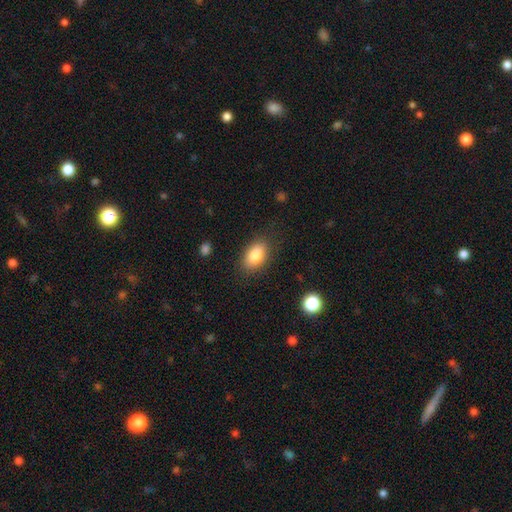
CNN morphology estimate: smooth-or-featured: smooth: 84% | featured or disk: 8% | star or artifact: 8%
  how-rounded: in between: 90% | round: 8% | cigar-shaped: 2%
  merging: none: 84% | minor disturbance: 11% | major disturbance: 4% | merger: 1%